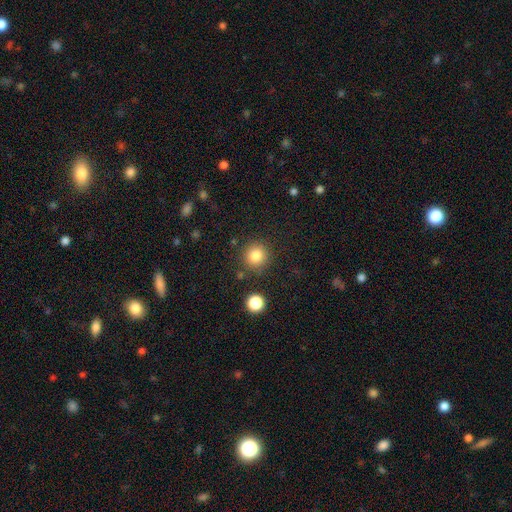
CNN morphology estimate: Q: Smooth or featured?
A: smooth (84%); runner-up: star or artifact (11%)
Q: How rounded?
A: round (92%); runner-up: in between (7%)
Q: Merging?
A: none (85%); runner-up: minor disturbance (8%)